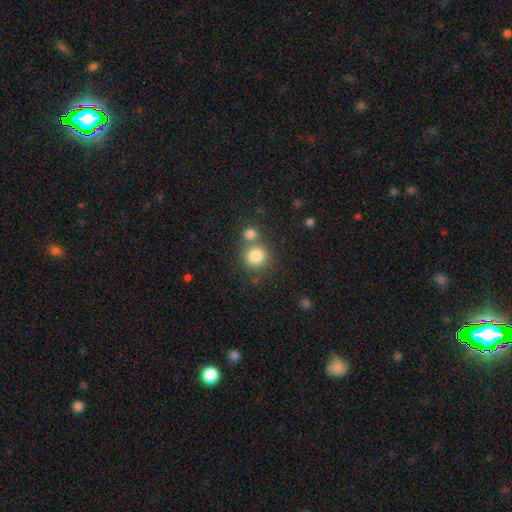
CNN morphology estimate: Smooth or featured?
  - smooth: 83% *
  - star or artifact: 11%
  - featured or disk: 7%
How rounded?
  - round: 90% *
  - in between: 9%
  - cigar-shaped: 1%
Merging?
  - none: 60% *
  - merger: 28%
  - minor disturbance: 8%
  - major disturbance: 3%